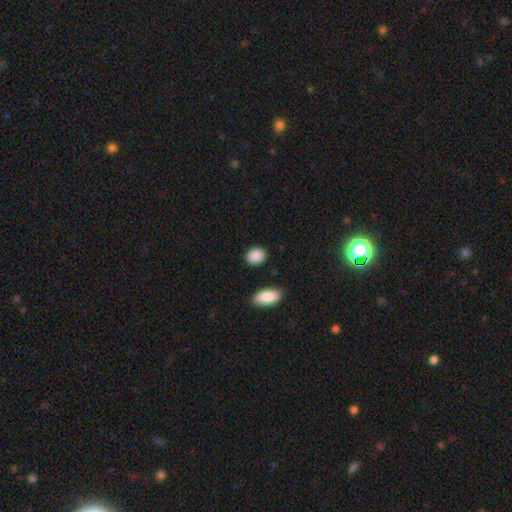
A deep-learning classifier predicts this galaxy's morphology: This appears to be a smooth galaxy with no disk features (90%) that is in between round and cigar-shaped (54%). Merging: none (85%).